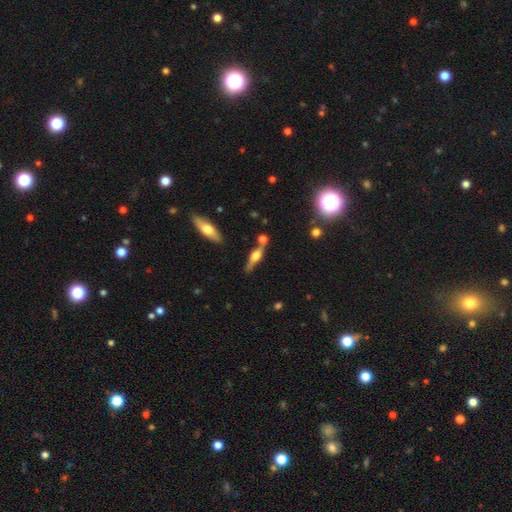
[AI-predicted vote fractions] Smooth or featured? featured or disk (61%)
Edge-on disk? yes (92%)
Edge-on bulge? rounded (90%)
Merging? none (65%)